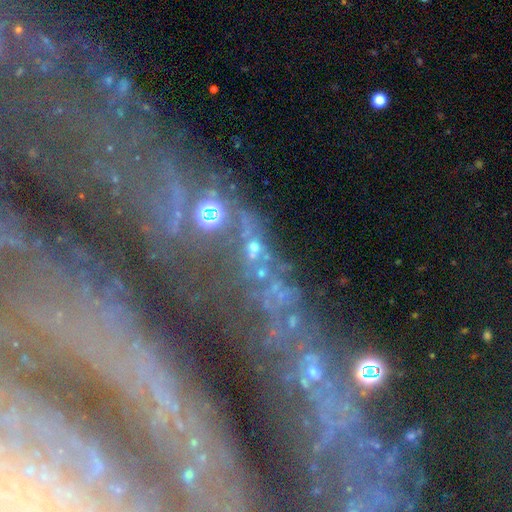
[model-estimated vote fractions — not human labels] Q: Smooth or featured?
A: star or artifact (48%); runner-up: featured or disk (32%)